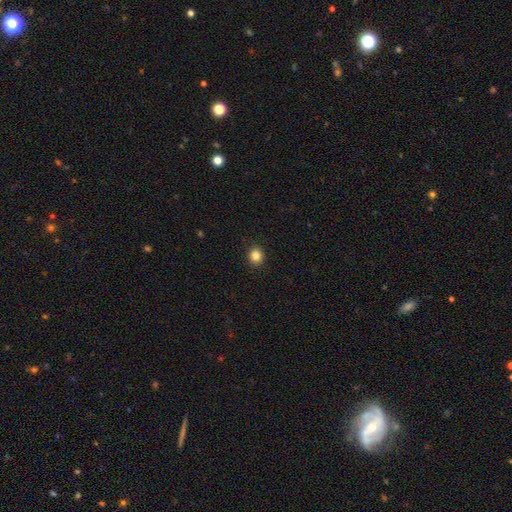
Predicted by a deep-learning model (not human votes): A smooth galaxy with no disk features (85%) that is round (87%). Merging: none (92%).